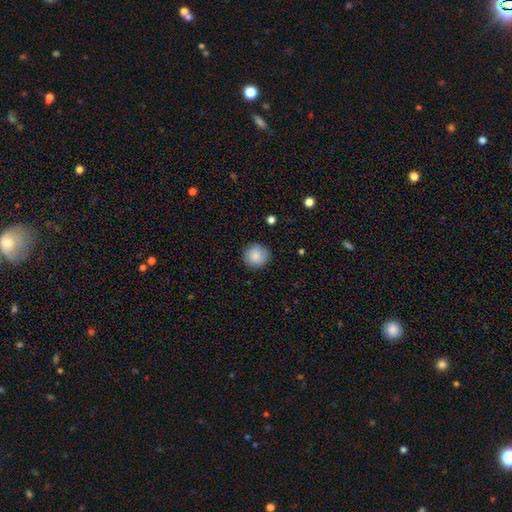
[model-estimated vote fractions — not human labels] This appears to be a smooth galaxy with no disk features (85%) that is round (93%). Merging: none (88%).